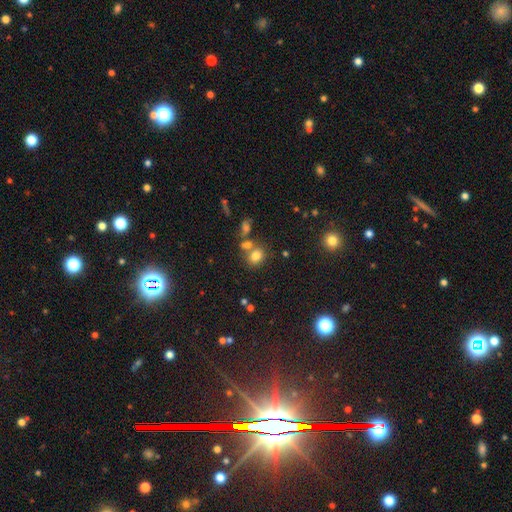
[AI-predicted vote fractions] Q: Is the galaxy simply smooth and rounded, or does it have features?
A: smooth — 76%.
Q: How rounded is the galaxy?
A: round — 57%.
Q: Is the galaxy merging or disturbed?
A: none — 57%.